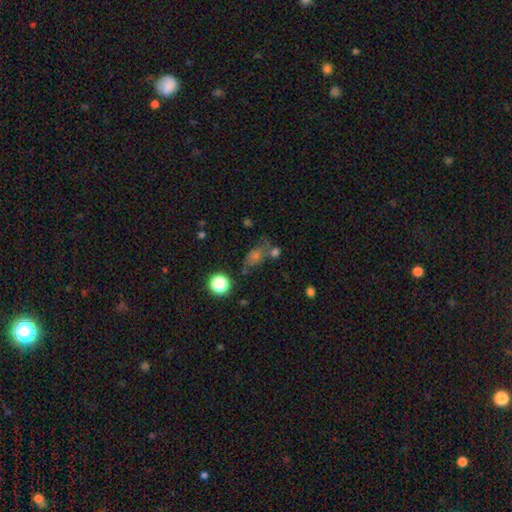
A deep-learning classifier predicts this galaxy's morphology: smooth-or-featured: smooth: 46% | star or artifact: 29% | featured or disk: 25%
  merging: none: 48% | minor disturbance: 19% | merger: 19% | major disturbance: 14%